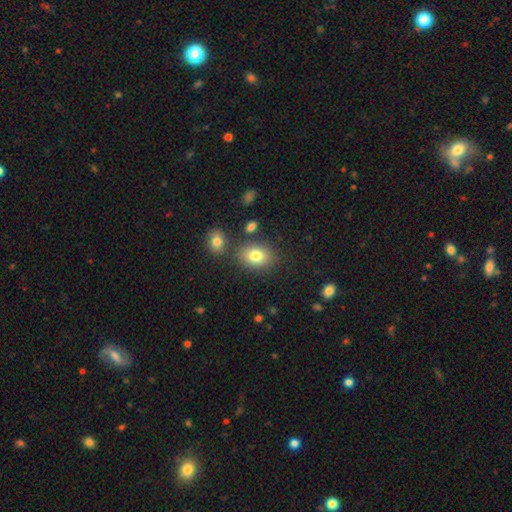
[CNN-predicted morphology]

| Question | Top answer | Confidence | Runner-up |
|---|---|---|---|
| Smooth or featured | smooth | 80% | star or artifact (10%) |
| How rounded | in between | 66% | round (33%) |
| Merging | none | 77% | minor disturbance (11%) |